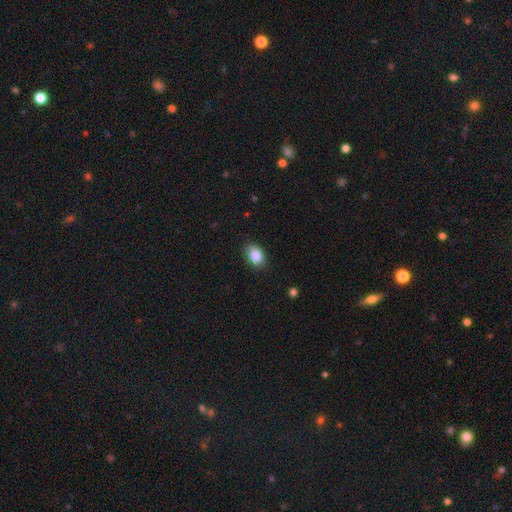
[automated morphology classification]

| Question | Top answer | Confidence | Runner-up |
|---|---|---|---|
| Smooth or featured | smooth | 86% | star or artifact (8%) |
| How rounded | in between | 79% | round (20%) |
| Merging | none | 84% | minor disturbance (13%) |